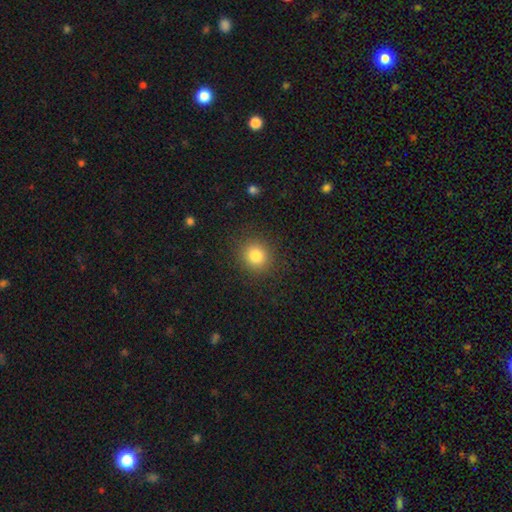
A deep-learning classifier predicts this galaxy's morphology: A smooth galaxy with no disk features (82%) that is round (88%).

Vote fractions:
- Smooth or featured? smooth: 82% / star or artifact: 12% / featured or disk: 6%
- How rounded? round: 88% / in between: 11% / cigar-shaped: 1%
- Merging? none: 89% / minor disturbance: 7% / major disturbance: 3% / merger: 1%